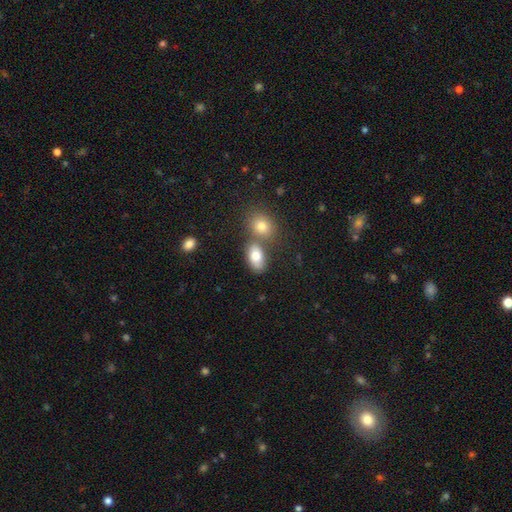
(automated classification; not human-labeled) smooth-or-featured: smooth: 80% | featured or disk: 11% | star or artifact: 9%
  how-rounded: in between: 88% | round: 10% | cigar-shaped: 2%
  merging: none: 51% | merger: 32% | minor disturbance: 13% | major disturbance: 5%